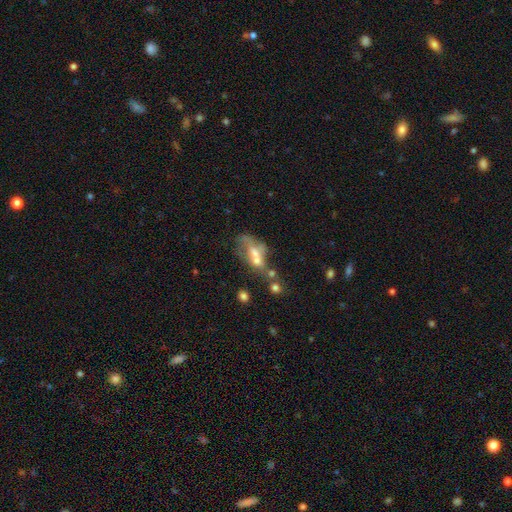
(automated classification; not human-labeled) A smooth galaxy with no disk features (43%, tied with featured or disk). Merging: merger (47%).